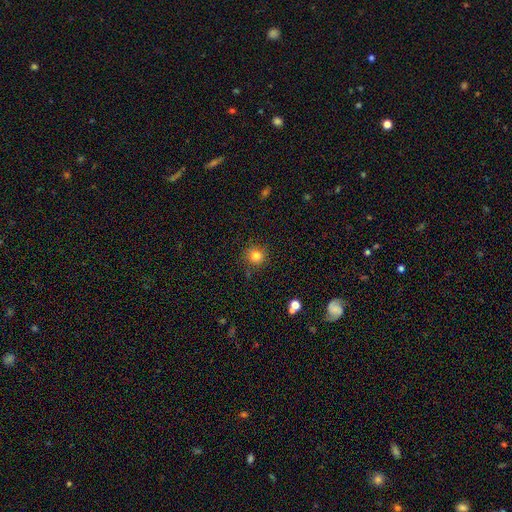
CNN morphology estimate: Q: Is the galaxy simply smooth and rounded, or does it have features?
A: smooth — 81%.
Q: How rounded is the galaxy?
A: round — 93%.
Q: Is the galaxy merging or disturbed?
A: none — 87%.